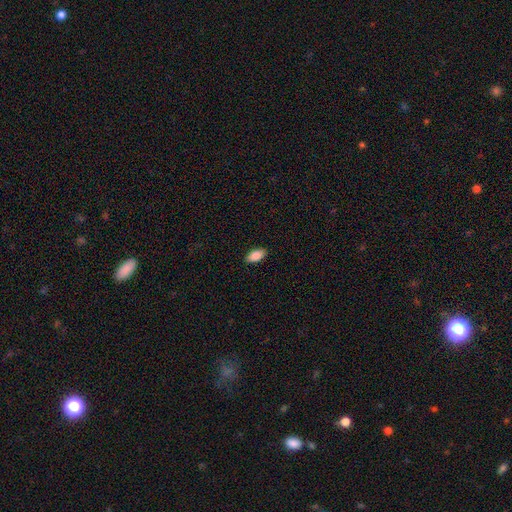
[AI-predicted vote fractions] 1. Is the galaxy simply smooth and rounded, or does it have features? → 89% smooth, 7% star or artifact, 4% featured or disk.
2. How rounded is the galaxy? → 93% in between, 5% cigar-shaped, 2% round.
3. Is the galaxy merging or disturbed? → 89% none, 8% minor disturbance, 2% major disturbance, 1% merger.